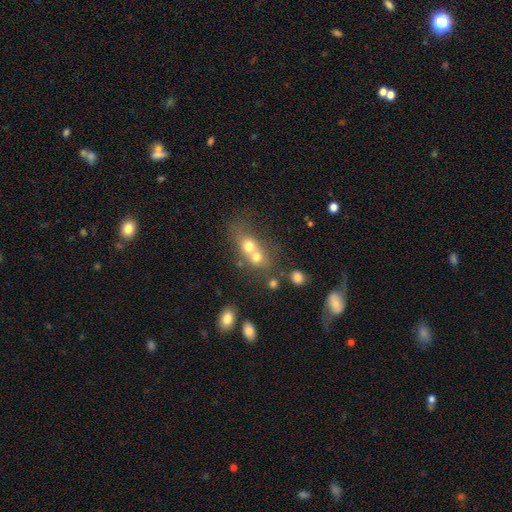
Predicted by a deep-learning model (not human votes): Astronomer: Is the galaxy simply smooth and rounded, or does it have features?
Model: smooth — 58%.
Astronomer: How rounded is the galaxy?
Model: round — 58% (runner-up: in between, 39%).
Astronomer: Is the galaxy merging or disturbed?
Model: merger — 65%.